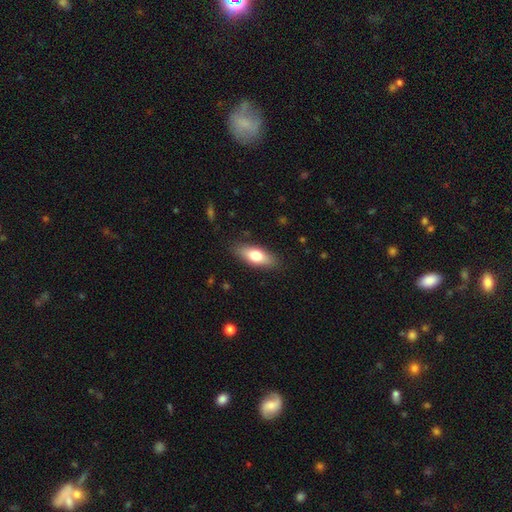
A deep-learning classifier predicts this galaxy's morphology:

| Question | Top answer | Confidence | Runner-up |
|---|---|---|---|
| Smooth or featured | smooth | 71% | featured or disk (23%) |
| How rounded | in between | 71% | cigar-shaped (26%) |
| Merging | none | 86% | minor disturbance (11%) |